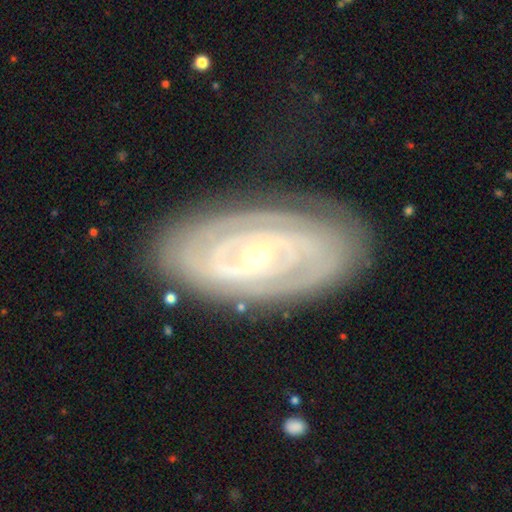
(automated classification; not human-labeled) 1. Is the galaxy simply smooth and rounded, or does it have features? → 88% featured or disk, 8% smooth, 5% star or artifact.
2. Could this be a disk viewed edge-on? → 94% no, 6% yes.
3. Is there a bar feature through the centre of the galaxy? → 53% no, 29% weak, 18% strong.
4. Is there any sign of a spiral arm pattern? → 92% yes, 8% no.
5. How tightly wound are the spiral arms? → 81% tight, 15% medium, 4% loose.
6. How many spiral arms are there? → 35% 2, 33% can't tell, 14% 3, 8% 4, 5% more than 4, 5% 1.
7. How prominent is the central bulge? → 59% small, 38% moderate, 1% large, 1% none, 1% dominant.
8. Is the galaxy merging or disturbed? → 81% none, 14% minor disturbance, 4% major disturbance, 1% merger.